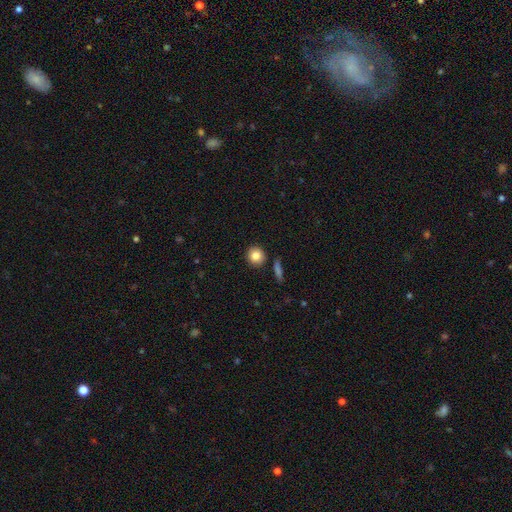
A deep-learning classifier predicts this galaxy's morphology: A smooth galaxy with no disk features (83%) that is round (90%). Merging: none (88%).